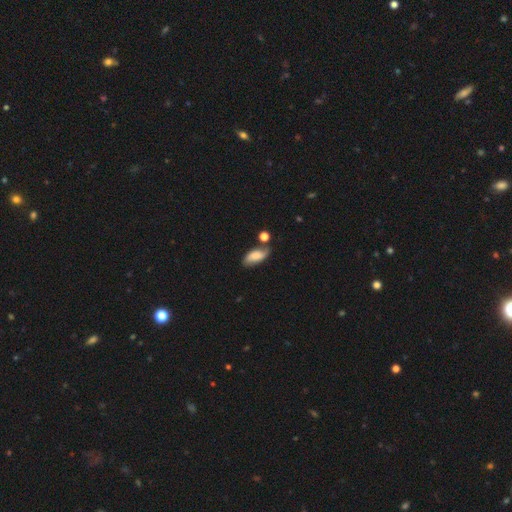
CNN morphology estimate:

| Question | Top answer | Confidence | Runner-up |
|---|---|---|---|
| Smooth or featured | smooth | 67% | featured or disk (25%) |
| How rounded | in between | 86% | cigar-shaped (10%) |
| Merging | none | 58% | minor disturbance (22%) |